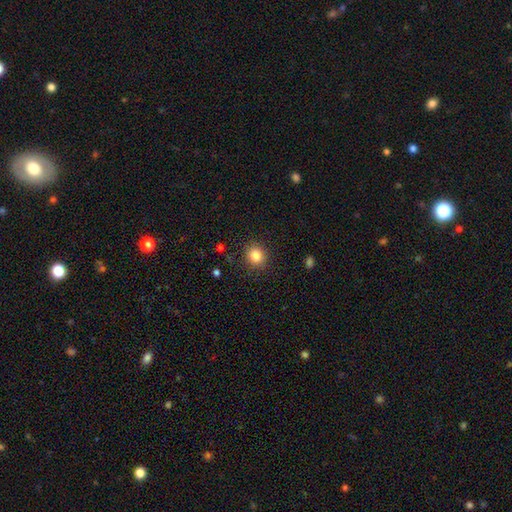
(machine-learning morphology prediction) Q: Smooth or featured?
A: smooth (84%); runner-up: star or artifact (11%)
Q: How rounded?
A: round (81%); runner-up: in between (18%)
Q: Merging?
A: none (89%); runner-up: minor disturbance (7%)